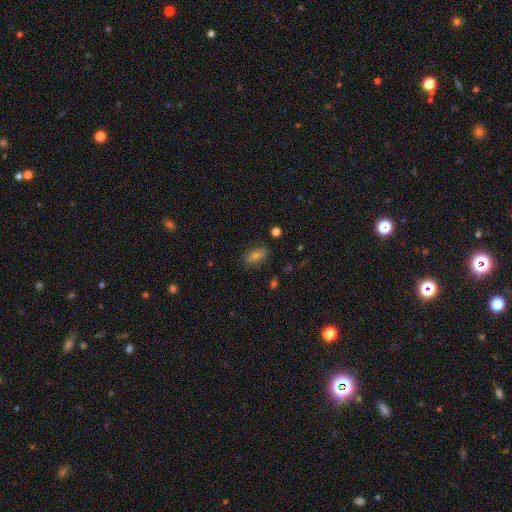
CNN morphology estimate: smooth_or_featured: smooth (p=0.52) [alt: featured or disk p=0.26]
how_rounded: in between (p=0.81) [alt: round p=0.13]
merging: none (p=0.79) [alt: minor disturbance p=0.14]